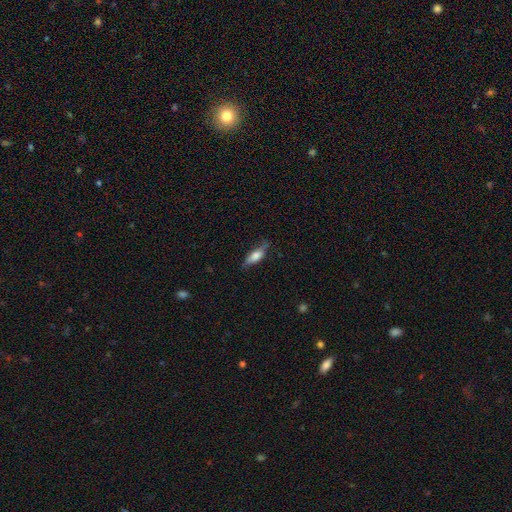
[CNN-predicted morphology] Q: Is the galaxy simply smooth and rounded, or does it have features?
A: smooth — 71%.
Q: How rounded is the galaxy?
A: in between — 66%.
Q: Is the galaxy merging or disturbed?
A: none — 64%.